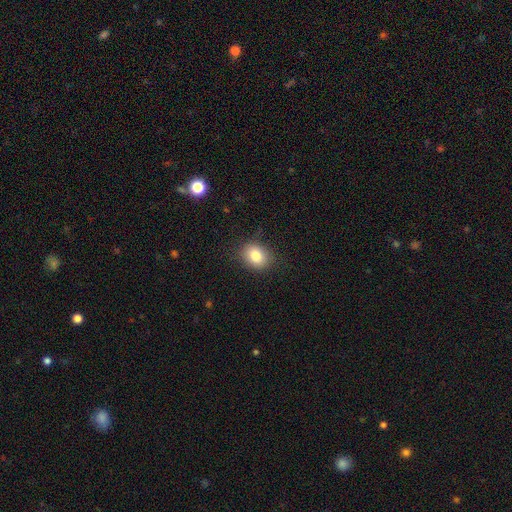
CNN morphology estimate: smooth_or_featured: smooth (p=0.83) [alt: star or artifact p=0.09]
how_rounded: in between (p=0.56) [alt: round p=0.43]
merging: none (p=0.84) [alt: minor disturbance p=0.12]